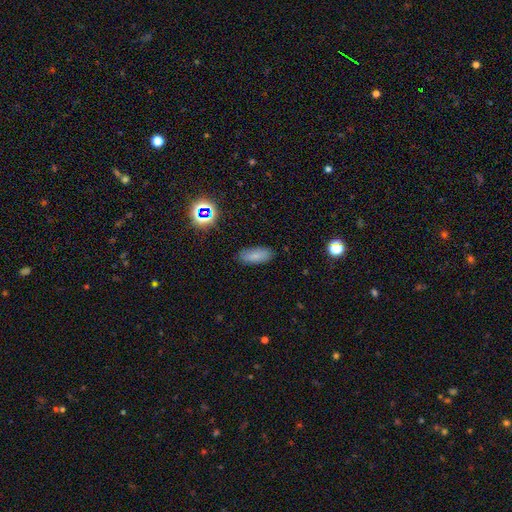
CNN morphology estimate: The model was most divided on "how rounded": in between: 79%, cigar-shaped: 18%, round: 3%. More confident: merging — none (84%); smooth or featured — smooth (81%).